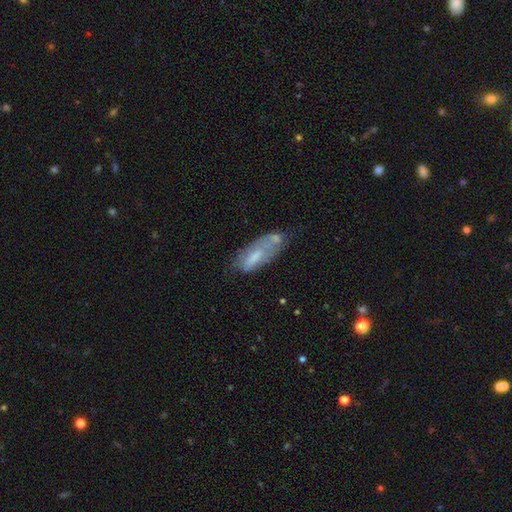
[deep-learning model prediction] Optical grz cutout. It shows a smooth galaxy with no disk features (58%) that is in between round and cigar-shaped (69%). Merging: none (39%).